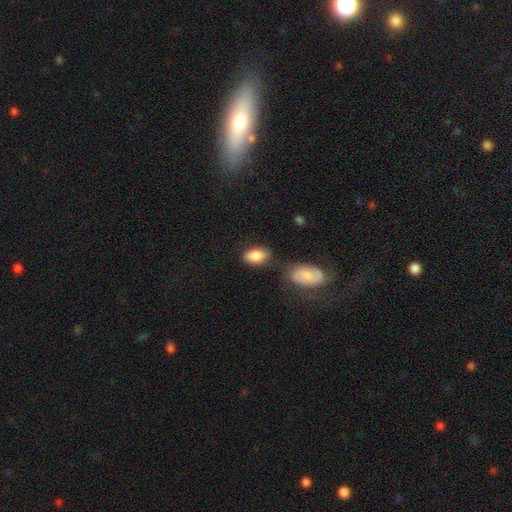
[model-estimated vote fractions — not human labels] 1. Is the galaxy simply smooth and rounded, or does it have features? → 84% smooth, 9% featured or disk, 7% star or artifact.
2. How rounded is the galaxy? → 91% in between, 7% round, 2% cigar-shaped.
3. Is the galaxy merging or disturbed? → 67% none, 18% minor disturbance, 10% merger, 5% major disturbance.